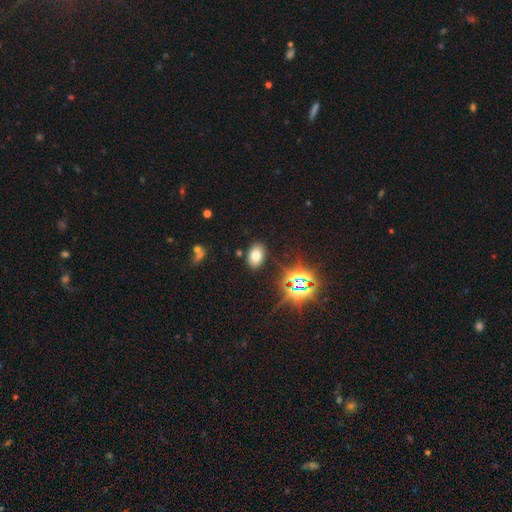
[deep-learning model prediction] Q: Smooth or featured?
A: smooth (68%); runner-up: star or artifact (21%)
Q: How rounded?
A: in between (86%); runner-up: round (13%)
Q: Merging?
A: none (85%); runner-up: minor disturbance (9%)